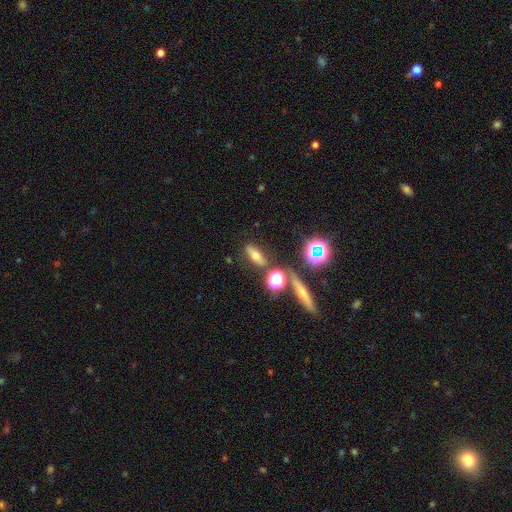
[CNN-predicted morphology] A smooth galaxy with no disk features (51%) that is in between round and cigar-shaped (52%).

Vote fractions:
- Smooth or featured? smooth: 51% / featured or disk: 30% / star or artifact: 19%
- How rounded? in between: 52% / cigar-shaped: 34% / round: 14%
- Merging? none: 81% / minor disturbance: 10% / merger: 6% / major disturbance: 4%